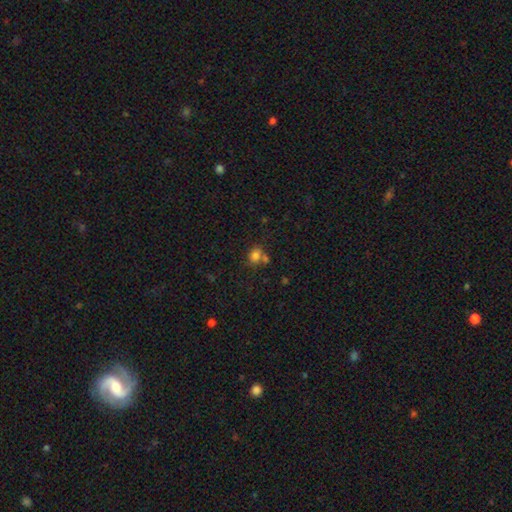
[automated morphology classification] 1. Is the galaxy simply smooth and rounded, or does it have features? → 77% smooth, 14% star or artifact, 9% featured or disk.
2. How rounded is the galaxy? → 54% round, 45% in between, 1% cigar-shaped.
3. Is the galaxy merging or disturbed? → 52% none, 29% merger, 13% minor disturbance, 5% major disturbance.